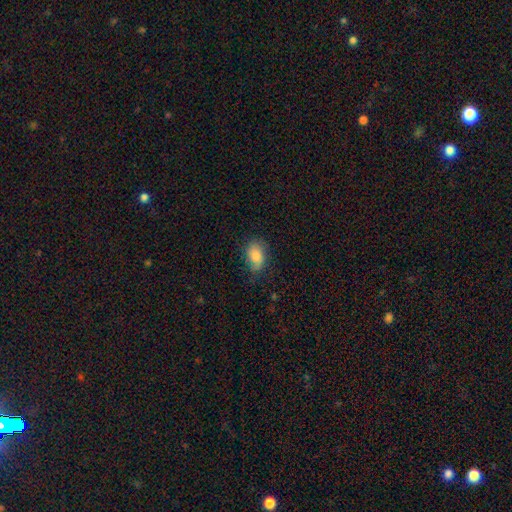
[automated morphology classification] Smooth or featured?
  - smooth: 81% *
  - featured or disk: 12%
  - star or artifact: 8%
How rounded?
  - in between: 86% *
  - round: 12%
  - cigar-shaped: 2%
Merging?
  - none: 69% *
  - minor disturbance: 24%
  - major disturbance: 6%
  - merger: 1%